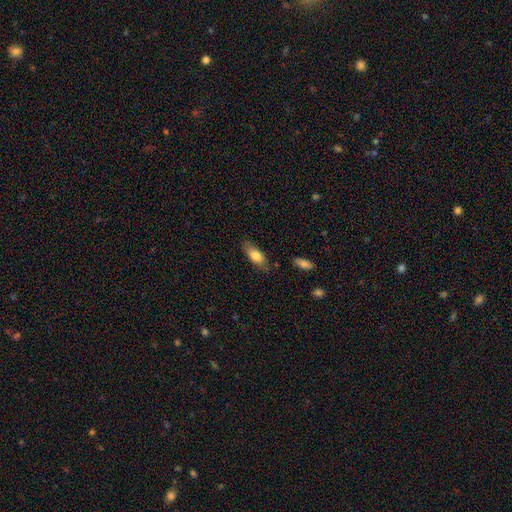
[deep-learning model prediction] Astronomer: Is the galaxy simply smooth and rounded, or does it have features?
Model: smooth — 77%.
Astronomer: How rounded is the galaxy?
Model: in between — 75%.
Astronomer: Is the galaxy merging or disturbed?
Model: none — 74%.